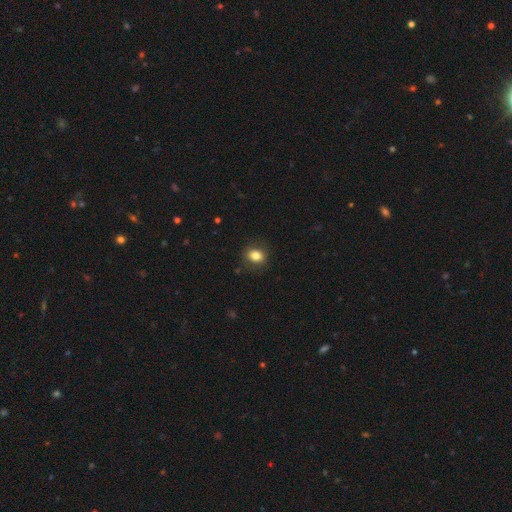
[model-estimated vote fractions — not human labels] Q: Smooth or featured?
A: smooth (83%); runner-up: star or artifact (10%)
Q: How rounded?
A: in between (50%); runner-up: round (49%)
Q: Merging?
A: none (85%); runner-up: minor disturbance (11%)